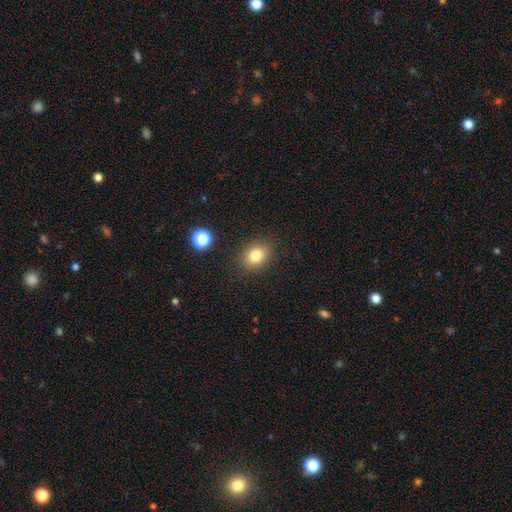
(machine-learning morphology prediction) smooth 81%, star or artifact 11%, featured or disk 8%. Down the decision tree: how rounded — in between (51%); merging — none (86%).